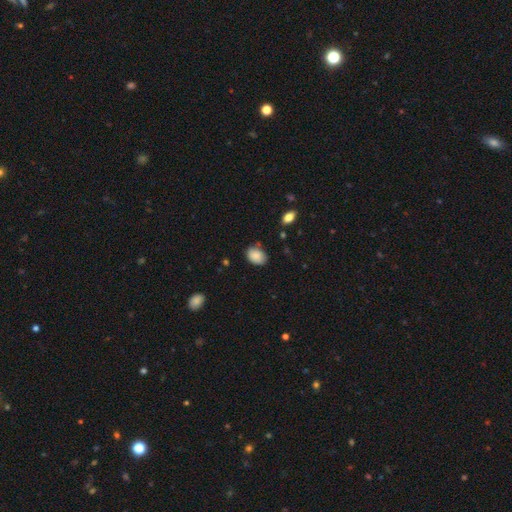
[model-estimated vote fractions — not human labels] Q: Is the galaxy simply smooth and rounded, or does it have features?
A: smooth — 85%.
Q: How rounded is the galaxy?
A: in between — 75%.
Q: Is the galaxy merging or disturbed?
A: none — 69%.